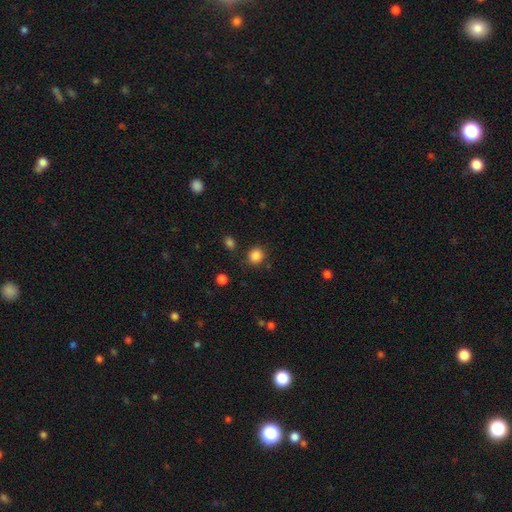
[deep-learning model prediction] Morphology: type=smooth (86%); roundness=round (82%); merging=none (84%).